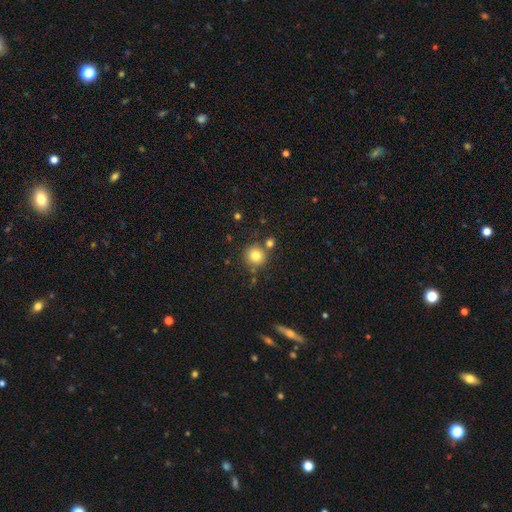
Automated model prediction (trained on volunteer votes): Overall: smooth (80%). How rounded: round (93%). Merging: none (77%).